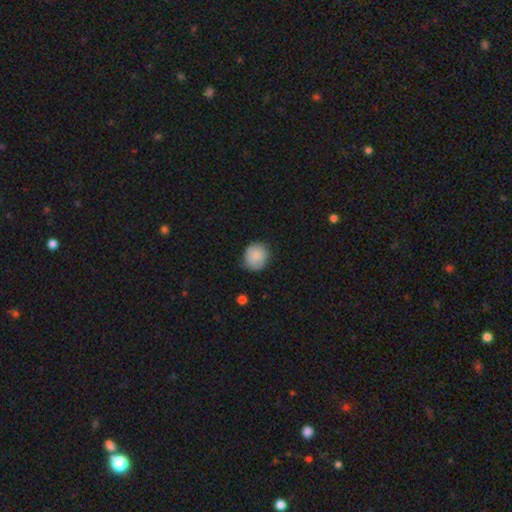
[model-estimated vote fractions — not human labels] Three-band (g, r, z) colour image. It shows a smooth galaxy with no disk features (83%) that is round (81%). Merging: none (75%).